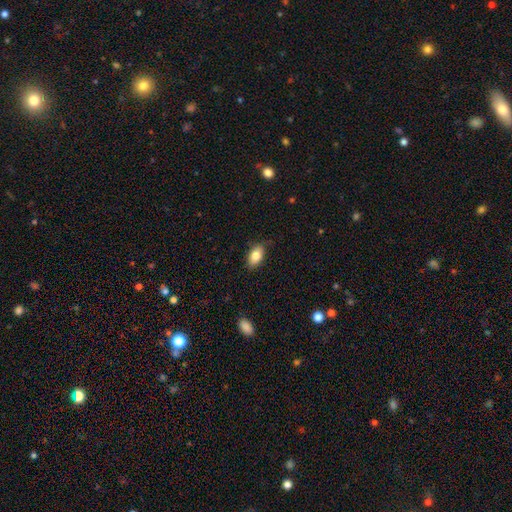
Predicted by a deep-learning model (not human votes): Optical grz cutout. It shows a smooth galaxy with no disk features (83%) that is in between round and cigar-shaped (91%). Merging: none (82%).